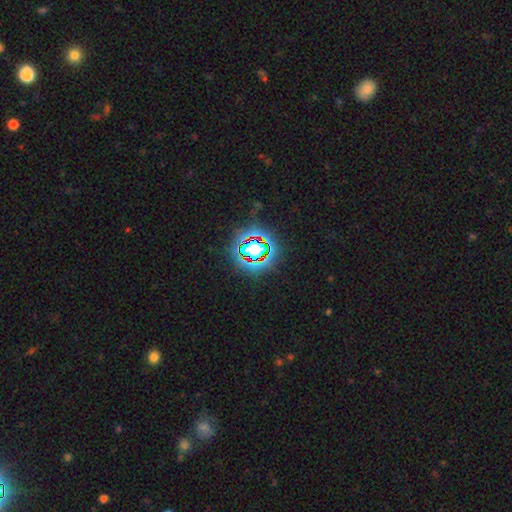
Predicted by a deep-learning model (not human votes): star or artifact 75%, smooth 15%, featured or disk 10%.